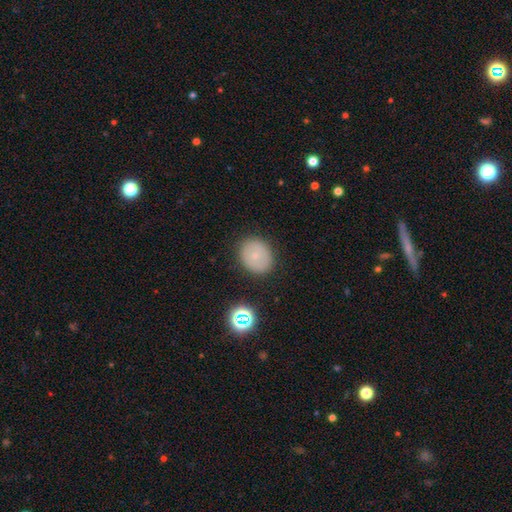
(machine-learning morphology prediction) Smooth or featured: smooth — 67% (featured or disk — 20%)
How rounded: round — 68% (in between — 31%)
Merging: none — 87% (minor disturbance — 9%)